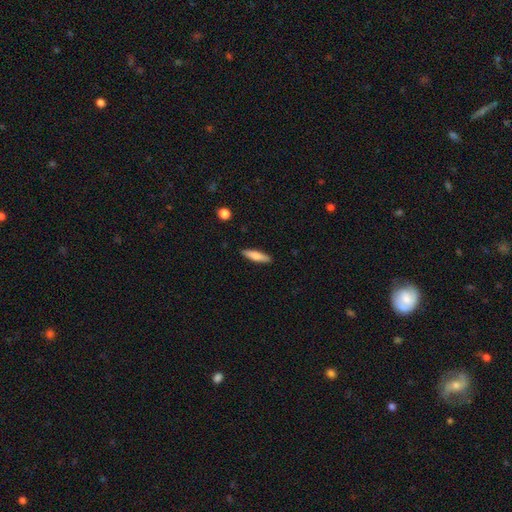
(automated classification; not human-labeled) smooth-or-featured: smooth: 73% | featured or disk: 21% | star or artifact: 6%
  how-rounded: cigar-shaped: 75% | in between: 24% | round: 2%
  merging: none: 90% | minor disturbance: 8% | major disturbance: 2% | merger: 1%